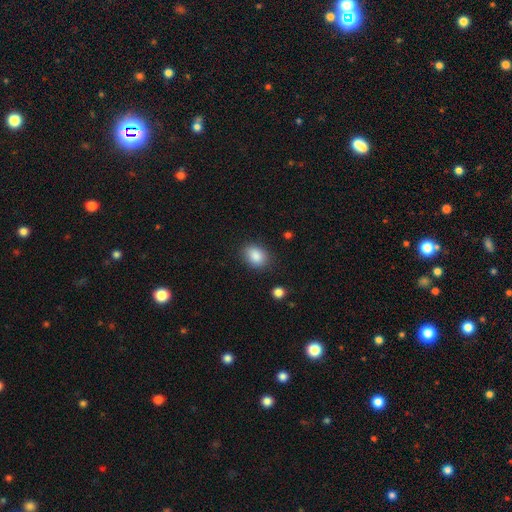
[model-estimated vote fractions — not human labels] This is clearly a smooth galaxy (87%). How rounded: likely in between (68%). Merging: clearly none (84%).